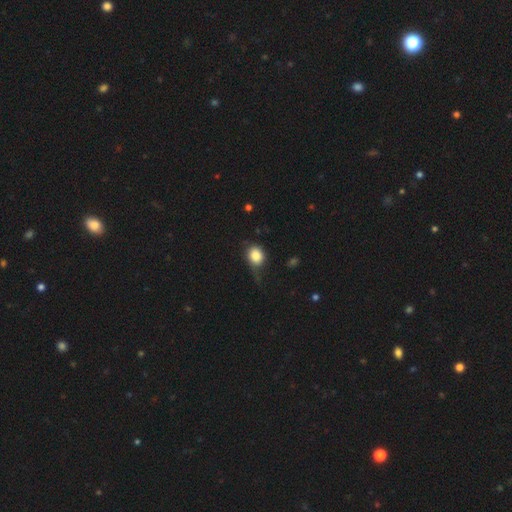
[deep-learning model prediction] This appears to be a smooth galaxy with no disk features (83%) that is round (61%). Merging: none (47%).